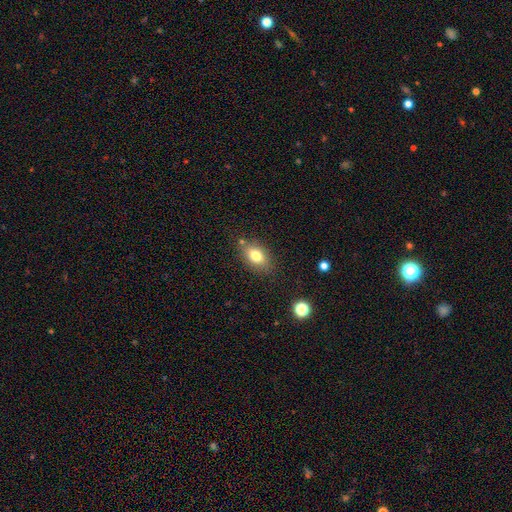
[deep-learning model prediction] Smooth or featured: smooth — 78% (featured or disk — 13%)
How rounded: in between — 82% (round — 15%)
Merging: none — 77% (minor disturbance — 15%)